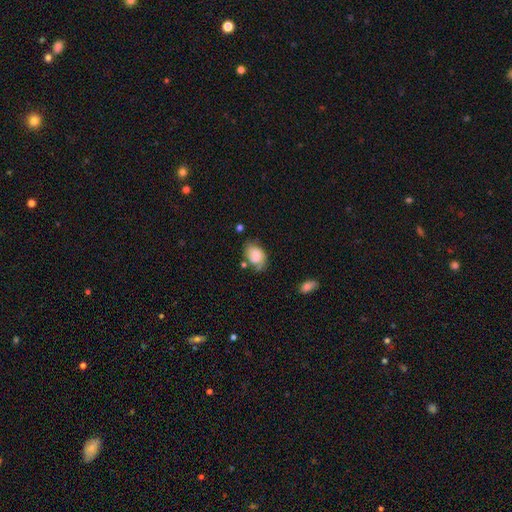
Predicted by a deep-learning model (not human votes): Overall: smooth (73%). How rounded: in between (80%). Merging: none (53%; minor disturbance 30%).